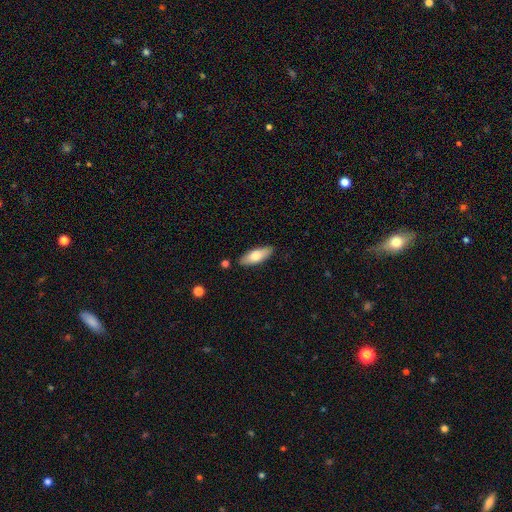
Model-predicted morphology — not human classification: This is likely a smooth galaxy (71%). How rounded: likely in between (68%). Merging: clearly none (86%).